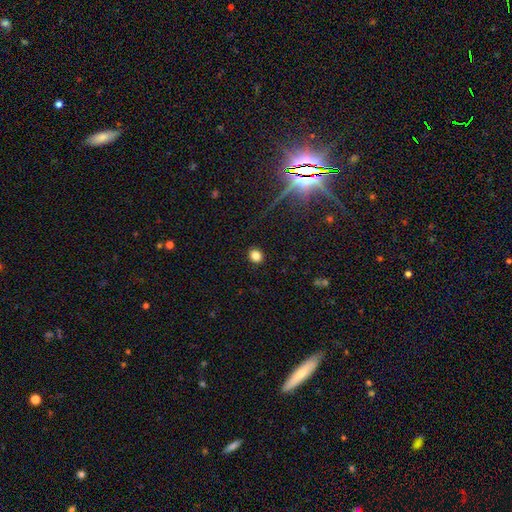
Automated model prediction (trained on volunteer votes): Smooth or featured: smooth — 82% (star or artifact — 13%)
How rounded: round — 67% (in between — 32%)
Merging: none — 90% (minor disturbance — 7%)